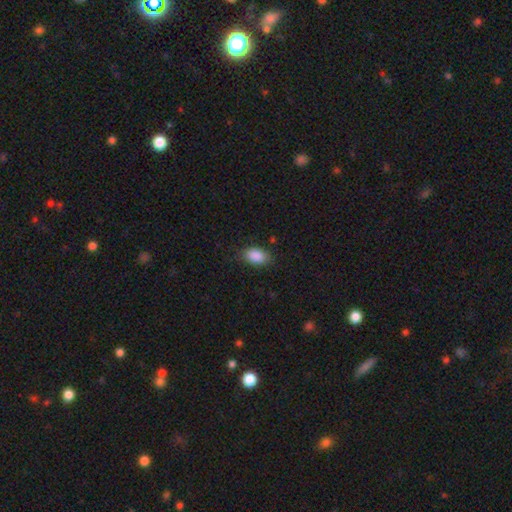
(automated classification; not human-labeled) Overall: smooth (89%). How rounded: in between (90%). Merging: none (82%).